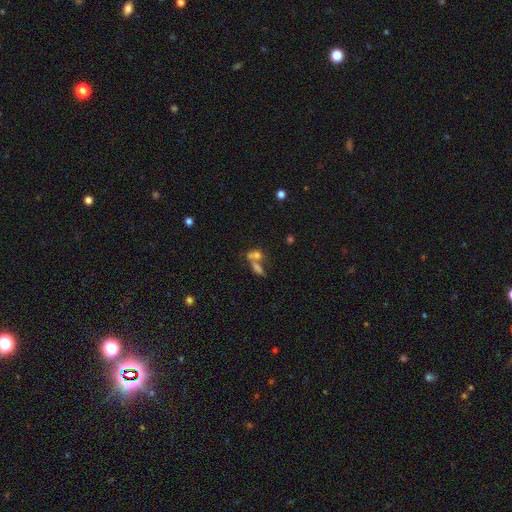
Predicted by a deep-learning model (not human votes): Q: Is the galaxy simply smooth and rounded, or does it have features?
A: smooth — 62%.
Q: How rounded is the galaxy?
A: in between — 65%.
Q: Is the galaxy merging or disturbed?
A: merger — 57%.